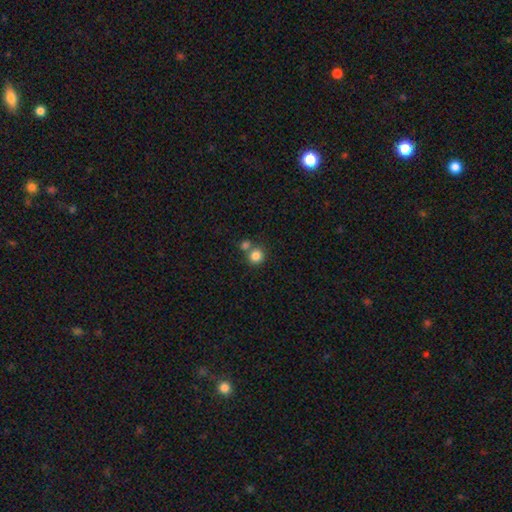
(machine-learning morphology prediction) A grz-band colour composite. It shows a smooth galaxy with no disk features (84%) that is round (90%). Merging: none (60%).